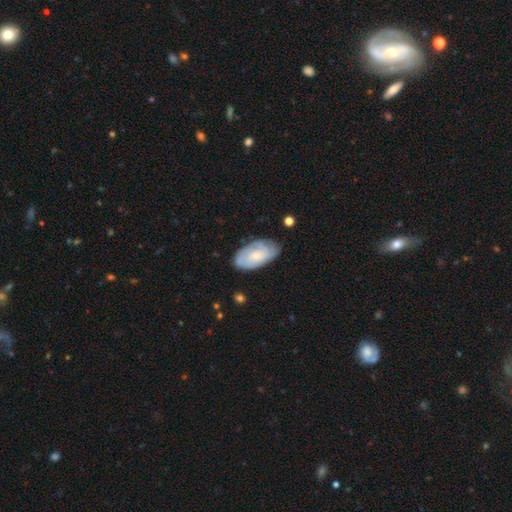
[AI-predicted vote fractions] Overall: featured or disk (52%; smooth 42%). Edge-on disk: no (93%). Merging: none (70%).